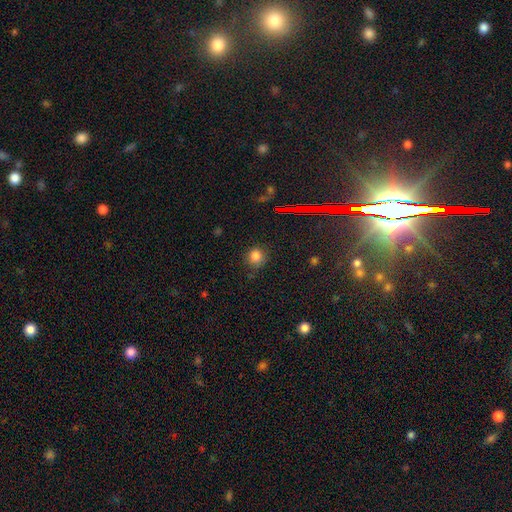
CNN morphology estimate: type=smooth (79%); roundness=round (87%); merging=none (82%).